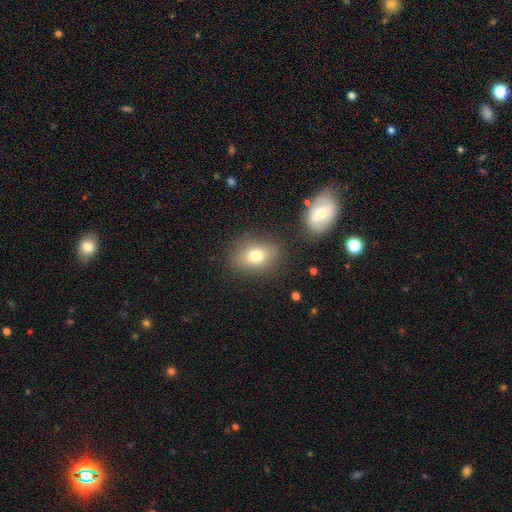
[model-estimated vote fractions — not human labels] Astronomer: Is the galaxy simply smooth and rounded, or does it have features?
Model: smooth — 74%.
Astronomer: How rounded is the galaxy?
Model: in between — 68%.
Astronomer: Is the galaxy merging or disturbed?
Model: none — 78%.